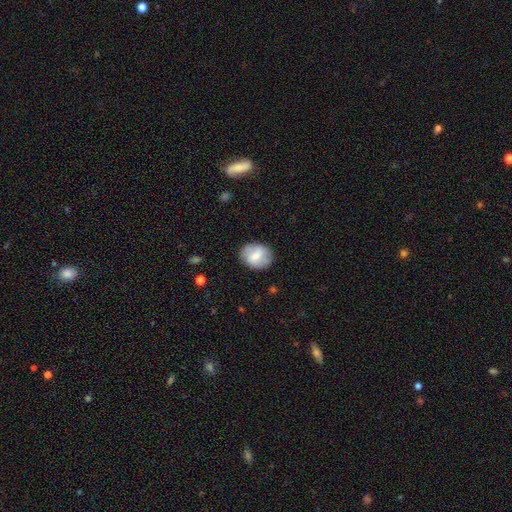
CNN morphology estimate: smooth-or-featured: smooth: 55% | featured or disk: 37% | star or artifact: 7%
  how-rounded: round: 50% | in between: 49% | cigar-shaped: 1%
  merging: none: 82% | minor disturbance: 13% | major disturbance: 4% | merger: 1%